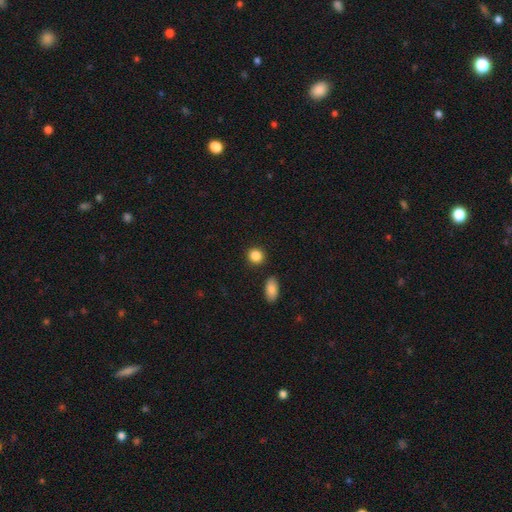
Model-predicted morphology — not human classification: smooth_or_featured: smooth (p=0.87) [alt: star or artifact p=0.09]
how_rounded: round (p=0.82) [alt: in between p=0.17]
merging: none (p=0.87) [alt: minor disturbance p=0.07]